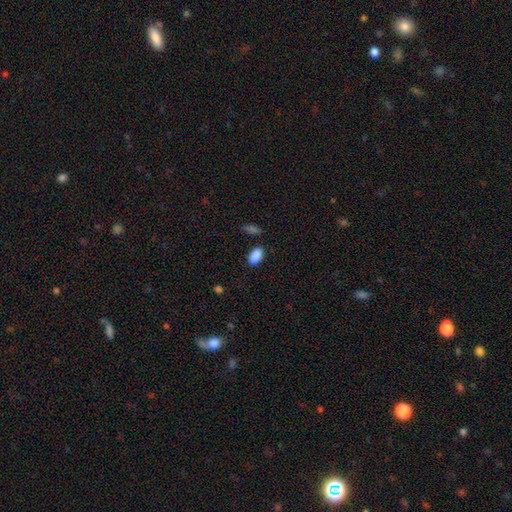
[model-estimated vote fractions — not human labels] smooth 90%, star or artifact 7%, featured or disk 3%. Down the decision tree: how rounded — in between (93%); merging — none (84%).